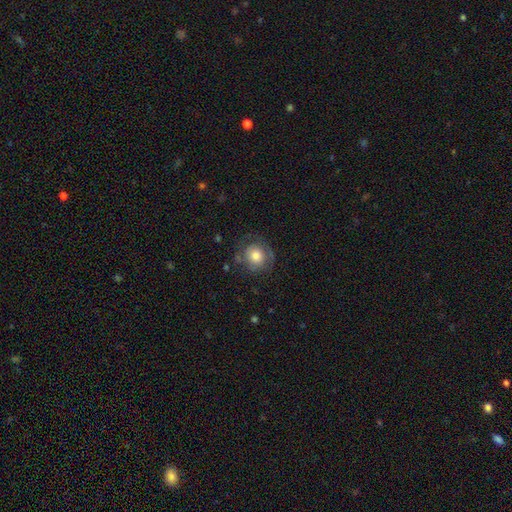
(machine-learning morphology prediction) type=smooth (61%); roundness=round (88%); merging=none (70%).